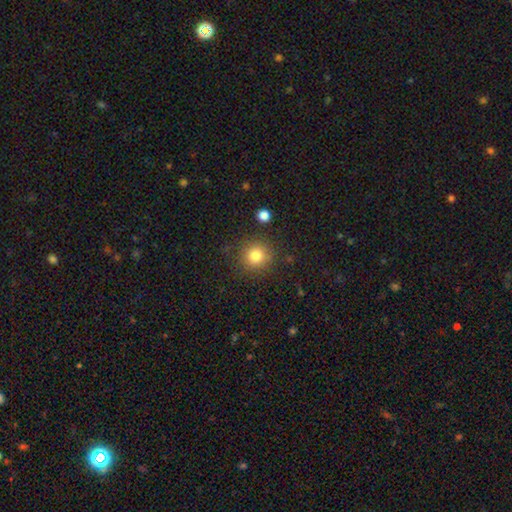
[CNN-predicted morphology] Smooth or featured: smooth — 82% (star or artifact — 12%)
How rounded: round — 92% (in between — 7%)
Merging: none — 85% (minor disturbance — 9%)